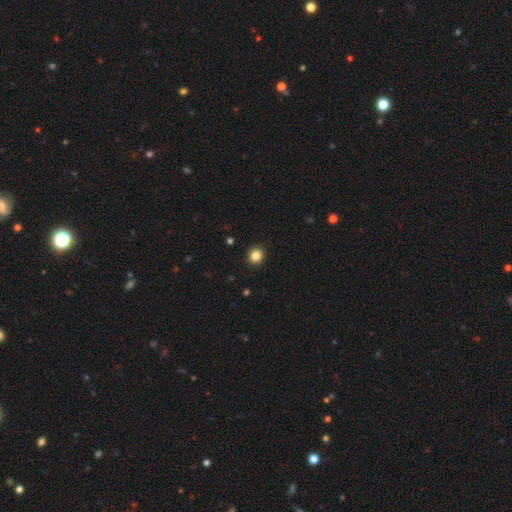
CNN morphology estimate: This is clearly a smooth galaxy (84%). How rounded: clearly round (91%). Merging: clearly none (93%).